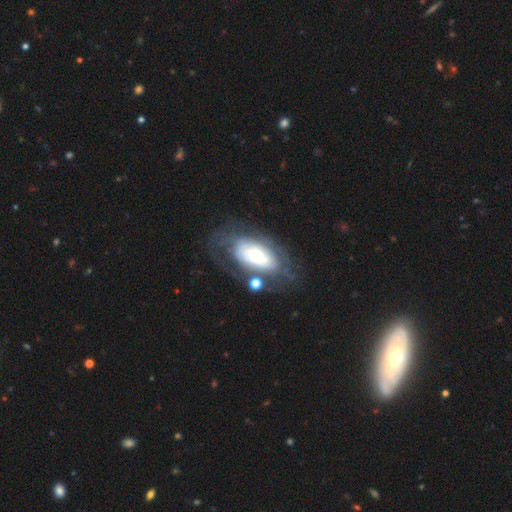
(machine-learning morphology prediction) This is likely a featured or disk galaxy (64%). It is clearly not viewed edge-on (91%). Bar: likely no (75%). Spiral arm pattern: likely yes (65%). Central bulge: marginally moderate (43%). Merging: possibly none (55%).